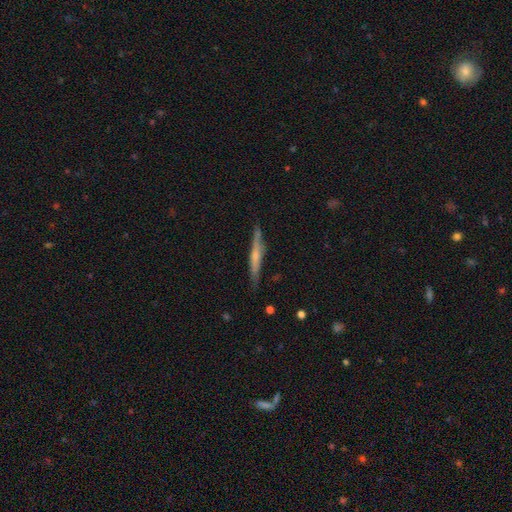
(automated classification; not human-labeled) Smooth or featured? featured or disk (53%)
Edge-on disk? yes (94%)
Edge-on bulge? rounded (47%)
Merging? none (82%)